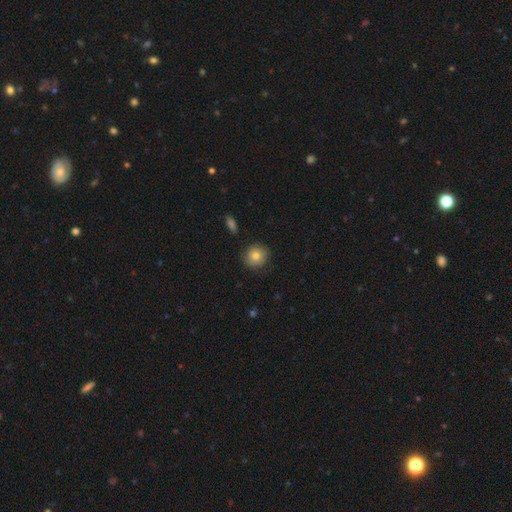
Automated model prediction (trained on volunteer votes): A smooth galaxy with no disk features (78%) that is round (89%).

Vote fractions:
- Smooth or featured? smooth: 78% / featured or disk: 13% / star or artifact: 9%
- How rounded? round: 89% / in between: 10% / cigar-shaped: 1%
- Merging? none: 86% / minor disturbance: 10% / major disturbance: 2% / merger: 1%